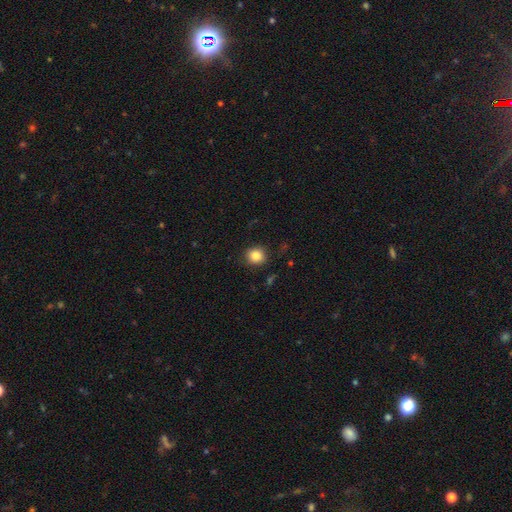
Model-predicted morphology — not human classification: Overall: smooth (85%). How rounded: round (83%). Merging: none (87%).